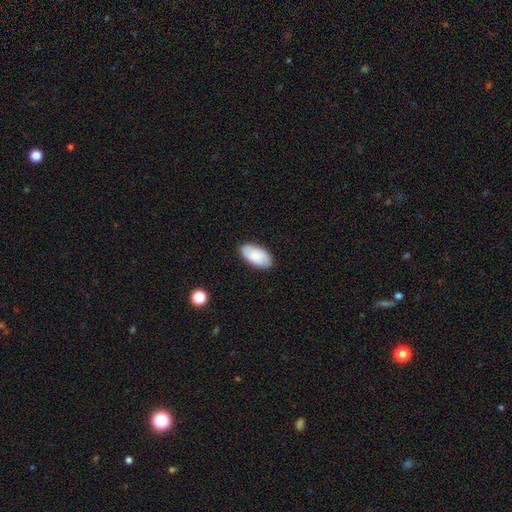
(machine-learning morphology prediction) A smooth galaxy with no disk features (83%) that is in between round and cigar-shaped (95%). Merging: none (87%).